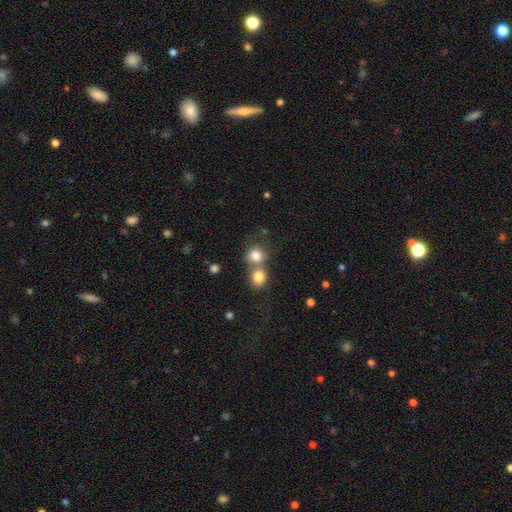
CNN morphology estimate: smooth 81%, star or artifact 10%, featured or disk 9%. Down the decision tree: how rounded — round (79%); merging — merger (51%).